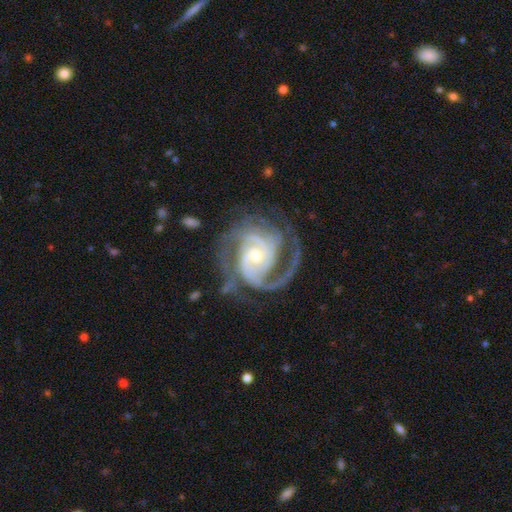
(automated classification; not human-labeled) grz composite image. It shows a featured or disk galaxy (93%) with no bar (59%), 3 (35%) tight (54%) spiral arms (98%) and a small central bulge (55%). Merging: none (68%).